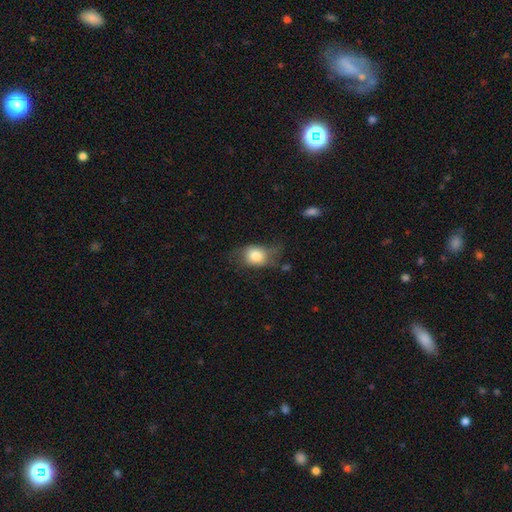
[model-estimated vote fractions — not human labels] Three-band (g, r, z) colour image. It shows a smooth galaxy with no disk features (76%) that is in between round and cigar-shaped (56%). Merging: none (41%).